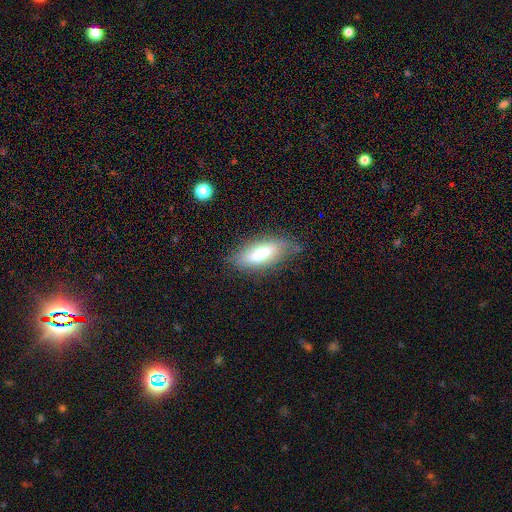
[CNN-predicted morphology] This appears to be a smooth galaxy with no disk features (63%) that is in between round and cigar-shaped (75%). Merging: none (68%).